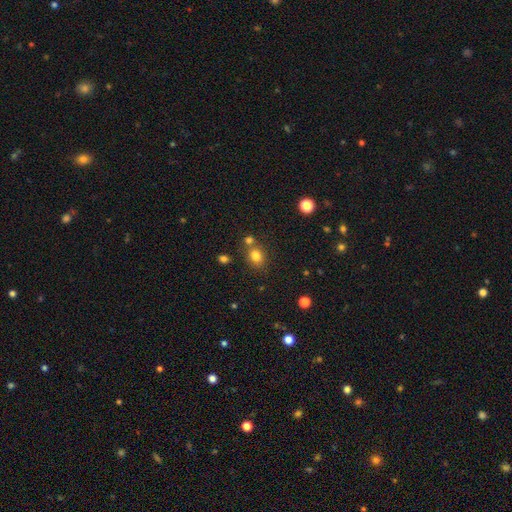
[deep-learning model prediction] Smooth or featured? smooth (79%)
How rounded? round (59%)
Merging? none (66%)